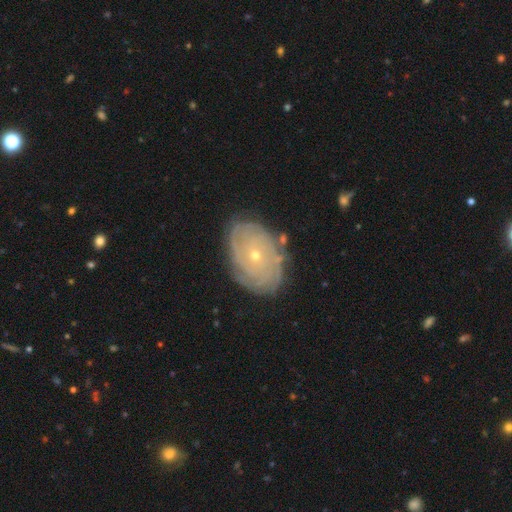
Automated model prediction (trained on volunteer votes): featured or disk 82%, smooth 11%, star or artifact 7%. Down the decision tree: edge-on disk — no (96%); bar — no (84%); spiral arms — yes (94%); spiral arm count — can't tell (37%); spiral winding — tight (84%); bulge size — small (73%); merging — none (81%).